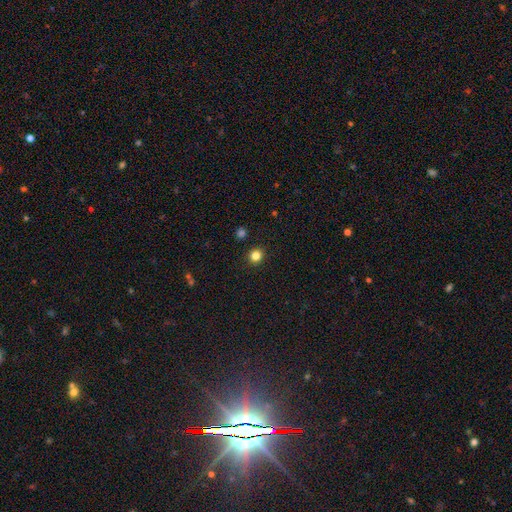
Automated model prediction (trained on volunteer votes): A smooth galaxy with no disk features (83%) that is round (89%). Merging: none (92%).